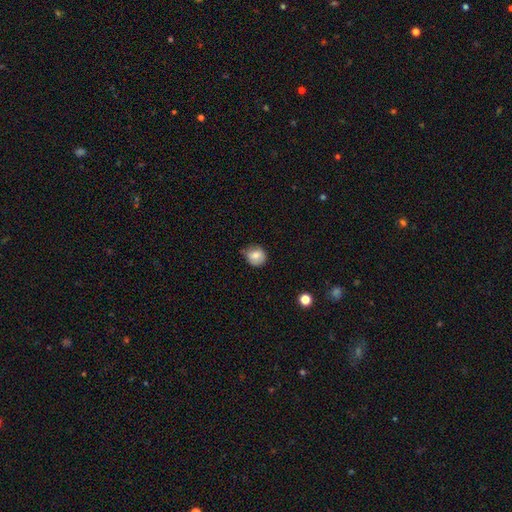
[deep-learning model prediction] smooth_or_featured: smooth (p=0.80) [alt: featured or disk p=0.11]
how_rounded: round (p=0.81) [alt: in between p=0.18]
merging: none (p=0.67) [alt: minor disturbance p=0.26]